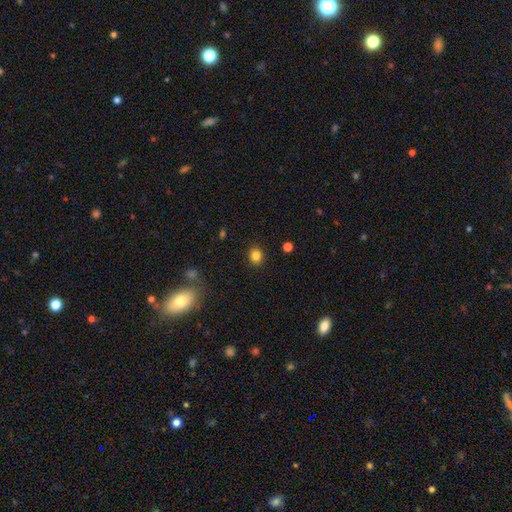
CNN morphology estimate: Smooth or featured? Predicted: smooth (p=0.84). How rounded? Predicted: round (p=0.71). Merging? Predicted: none (p=0.90).